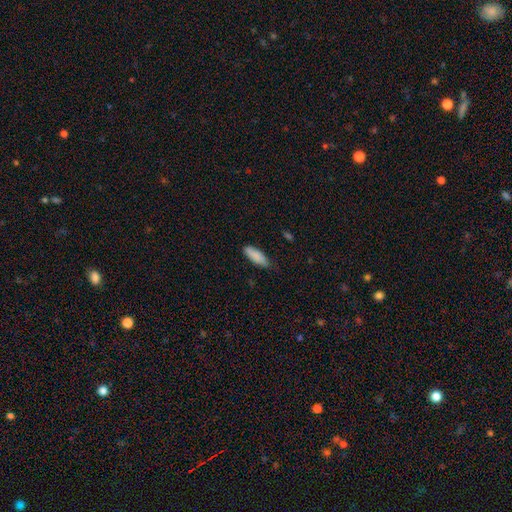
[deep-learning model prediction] Overall: smooth (87%). How rounded: in between (61%; cigar-shaped 37%). Merging: none (75%).